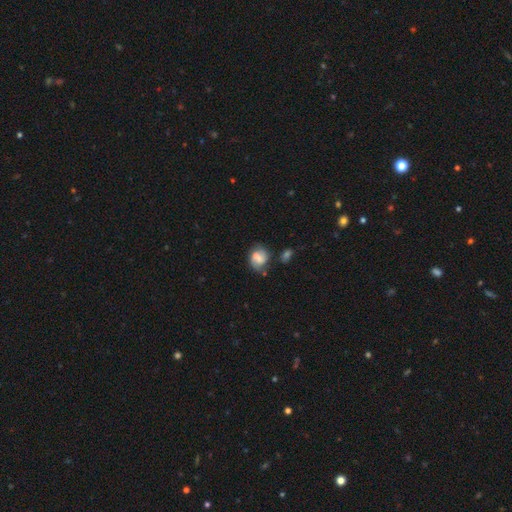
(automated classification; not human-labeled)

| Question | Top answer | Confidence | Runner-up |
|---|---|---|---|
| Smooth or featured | smooth | 54% | featured or disk (36%) |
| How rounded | round | 59% | in between (40%) |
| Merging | none | 47% | merger (24%) |